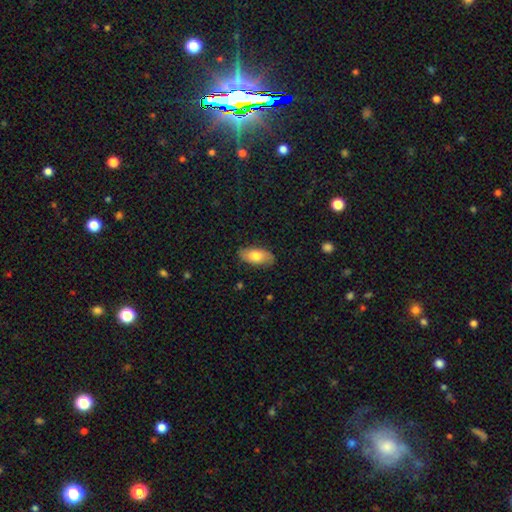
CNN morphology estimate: The model was most divided on "smooth or featured": smooth: 69%, featured or disk: 25%, star or artifact: 6%. More confident: how rounded — in between (91%); merging — none (83%).